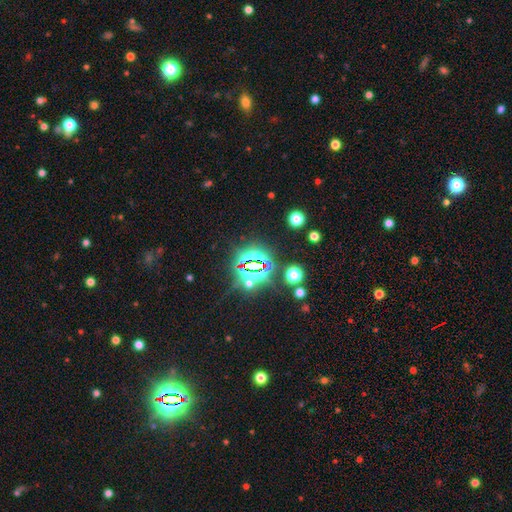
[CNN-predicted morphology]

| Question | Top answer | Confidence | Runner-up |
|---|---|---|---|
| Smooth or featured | star or artifact | 81% | smooth (12%) |